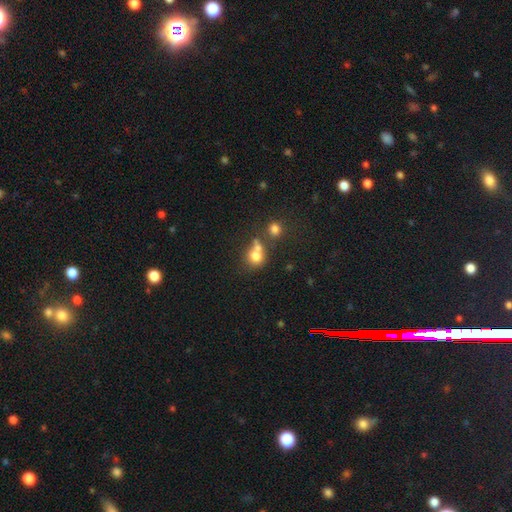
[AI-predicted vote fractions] smooth 73%, featured or disk 14%, star or artifact 13%. Down the decision tree: how rounded — round (77%); merging — merger (47%).